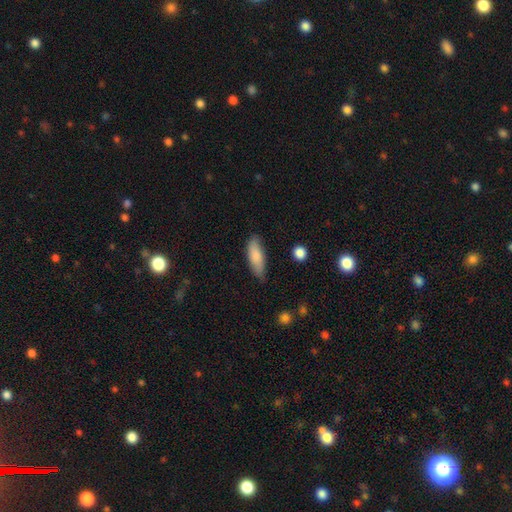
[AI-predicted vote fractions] A smooth galaxy with no disk features (82%) that is in between round and cigar-shaped (61%).

Vote fractions:
- Smooth or featured? smooth: 82% / featured or disk: 12% / star or artifact: 6%
- How rounded? in between: 61% / cigar-shaped: 37% / round: 2%
- Merging? none: 74% / minor disturbance: 20% / major disturbance: 3% / merger: 2%